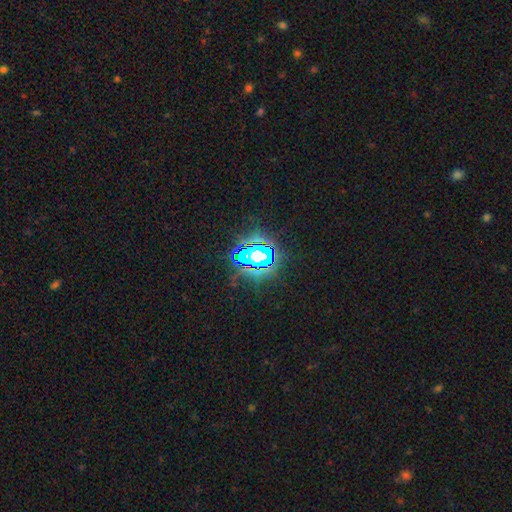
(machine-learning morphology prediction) A star or artifact, not a galaxy (79%).